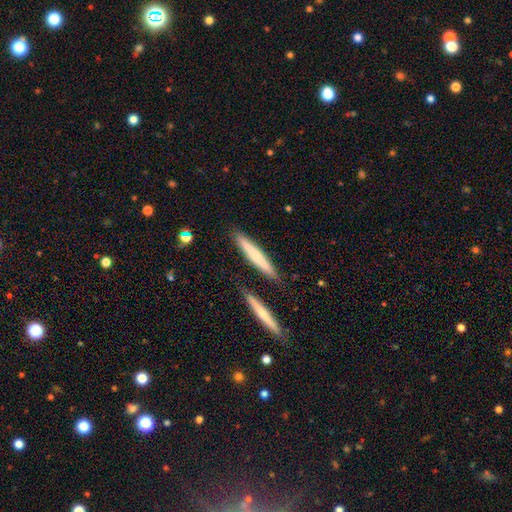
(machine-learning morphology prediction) Q: Smooth or featured?
A: smooth (63%); runner-up: featured or disk (32%)
Q: How rounded?
A: cigar-shaped (94%); runner-up: in between (5%)
Q: Merging?
A: none (85%); runner-up: minor disturbance (8%)